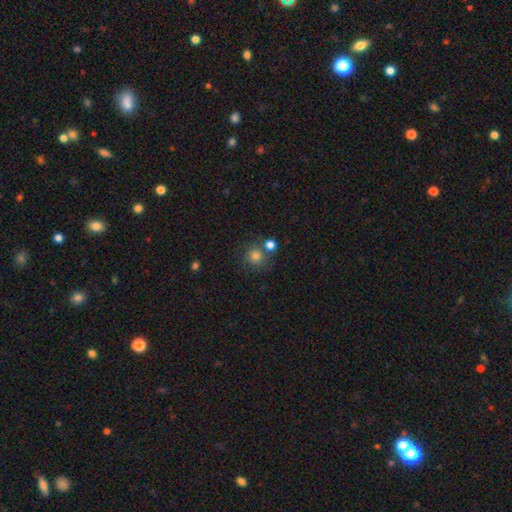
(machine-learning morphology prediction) Smooth or featured?
  - smooth: 79% *
  - star or artifact: 12%
  - featured or disk: 8%
How rounded?
  - round: 91% *
  - in between: 8%
  - cigar-shaped: 1%
Merging?
  - none: 68% *
  - merger: 18%
  - minor disturbance: 10%
  - major disturbance: 4%